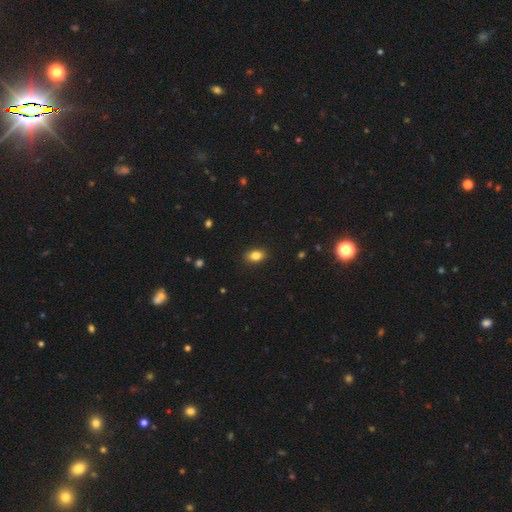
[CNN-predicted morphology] smooth 84%, star or artifact 9%, featured or disk 7%. Down the decision tree: how rounded — in between (82%); merging — none (88%).